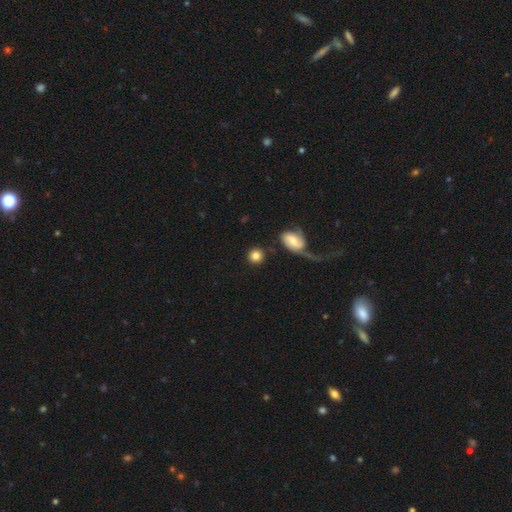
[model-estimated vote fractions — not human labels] Smooth or featured? Predicted: smooth (p=0.80). How rounded? Predicted: round (p=0.89). Merging? Predicted: none (p=0.76).